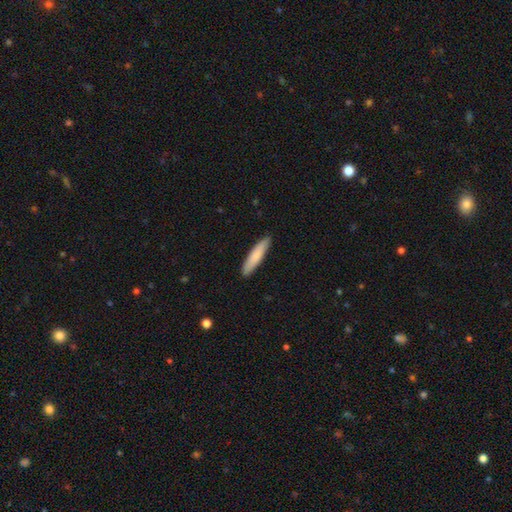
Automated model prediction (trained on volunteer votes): Smooth or featured? Predicted: smooth (p=0.81). How rounded? Predicted: cigar-shaped (p=0.84). Merging? Predicted: none (p=0.89).